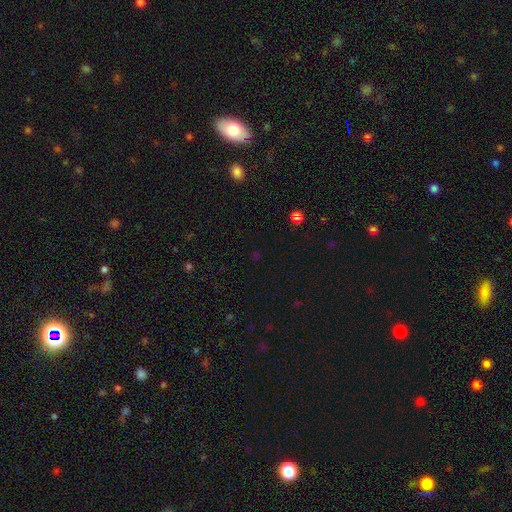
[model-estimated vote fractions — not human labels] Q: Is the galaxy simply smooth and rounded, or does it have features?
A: star or artifact — 63%.